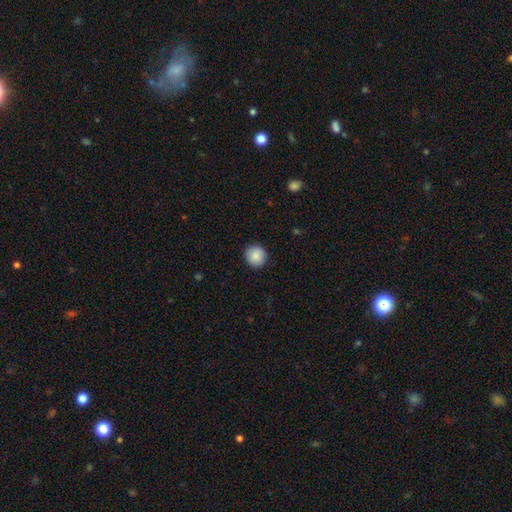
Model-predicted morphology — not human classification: Overall: smooth (89%). How rounded: round (94%). Merging: none (92%).